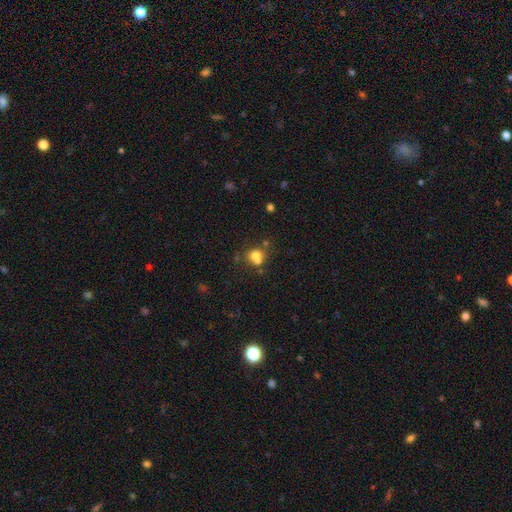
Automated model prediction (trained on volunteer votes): Smooth or featured: smooth — 68% (featured or disk — 16%)
How rounded: round — 72% (in between — 27%)
Merging: merger — 48% (none — 39%)